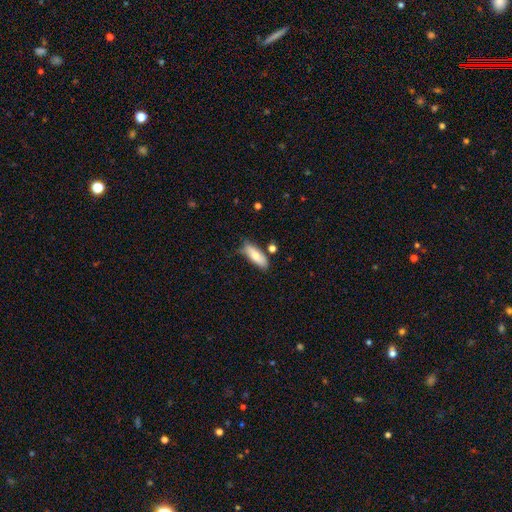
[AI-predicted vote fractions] This is likely a smooth galaxy (73%). How rounded: likely in between (65%). Merging: likely none (70%).